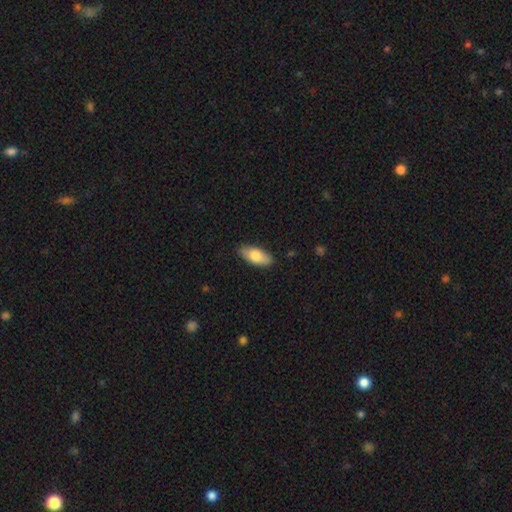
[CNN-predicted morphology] smooth-or-featured: smooth: 78% | featured or disk: 17% | star or artifact: 6%
  how-rounded: in between: 87% | cigar-shaped: 11% | round: 2%
  merging: none: 86% | minor disturbance: 11% | major disturbance: 2% | merger: 1%